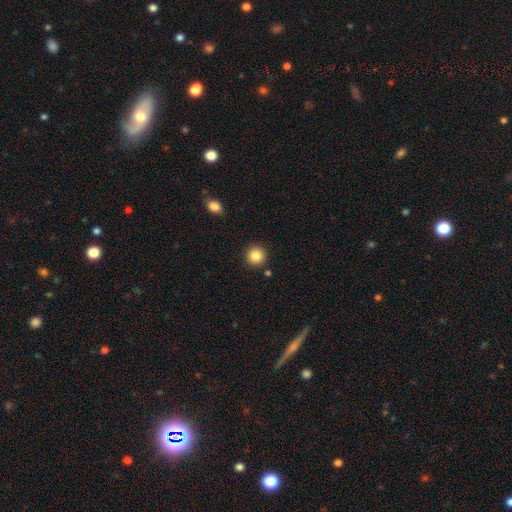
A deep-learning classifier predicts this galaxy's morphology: A smooth galaxy with no disk features (86%) that is round (95%). Merging: none (91%).